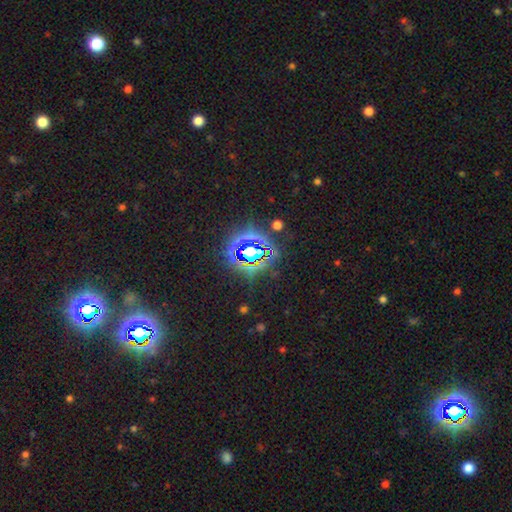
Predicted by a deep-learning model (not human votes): Smooth or featured? star or artifact (74%)